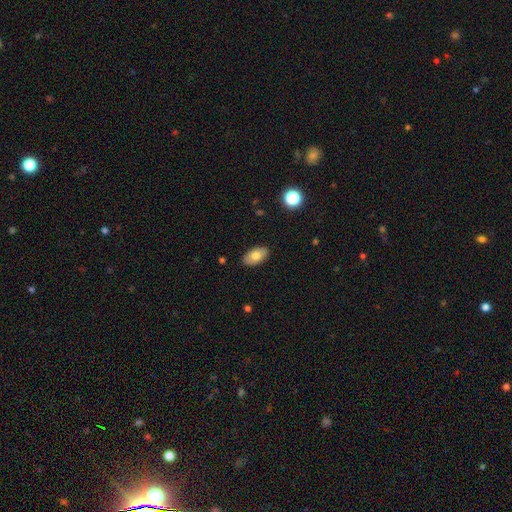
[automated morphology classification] A smooth galaxy with no disk features (74%) that is in between round and cigar-shaped (94%).

Vote fractions:
- Smooth or featured? smooth: 74% / featured or disk: 18% / star or artifact: 7%
- How rounded? in between: 94% / round: 4% / cigar-shaped: 2%
- Merging? none: 88% / minor disturbance: 9% / major disturbance: 2% / merger: 1%